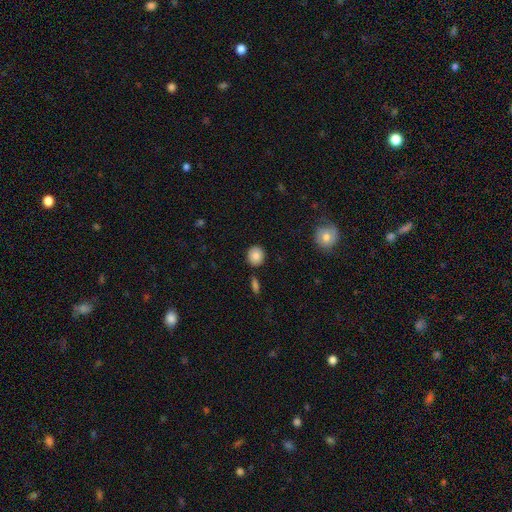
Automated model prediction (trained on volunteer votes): Overall: smooth (85%). How rounded: round (83%). Merging: none (87%).